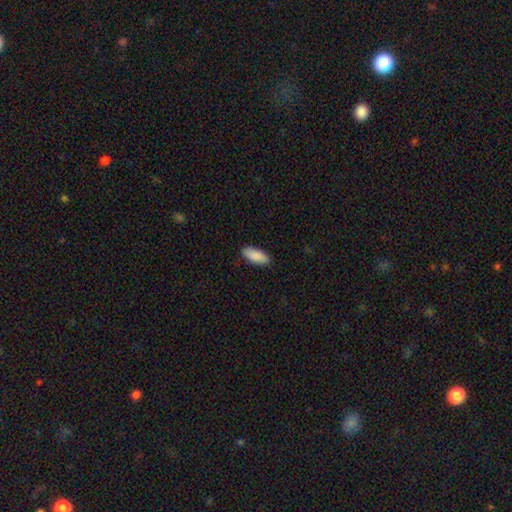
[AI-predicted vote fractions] Smooth or featured: smooth — 90% (star or artifact — 6%)
How rounded: in between — 82% (cigar-shaped — 17%)
Merging: none — 89% (minor disturbance — 8%)